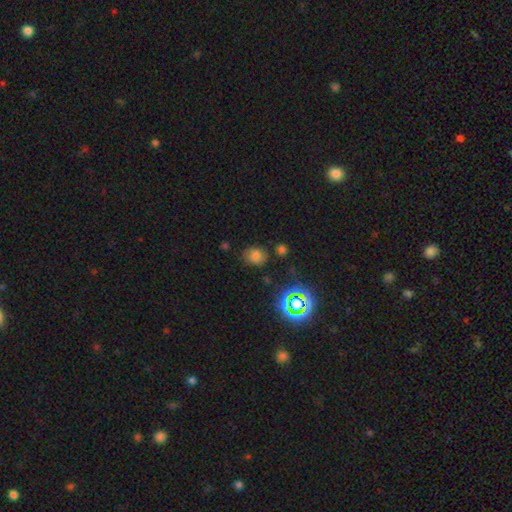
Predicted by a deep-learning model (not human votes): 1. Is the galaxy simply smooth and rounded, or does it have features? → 67% smooth, 24% star or artifact, 9% featured or disk.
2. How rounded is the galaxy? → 63% round, 36% in between, 1% cigar-shaped.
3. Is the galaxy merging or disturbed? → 76% none, 16% minor disturbance, 5% major disturbance, 4% merger.